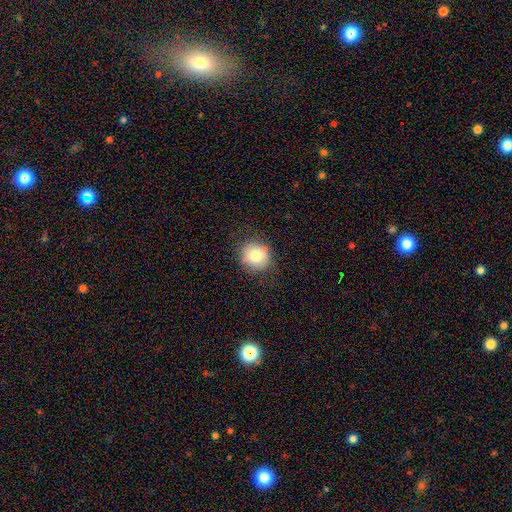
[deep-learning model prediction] This appears to be a smooth galaxy with no disk features (77%) that is round (87%). Merging: none (80%).